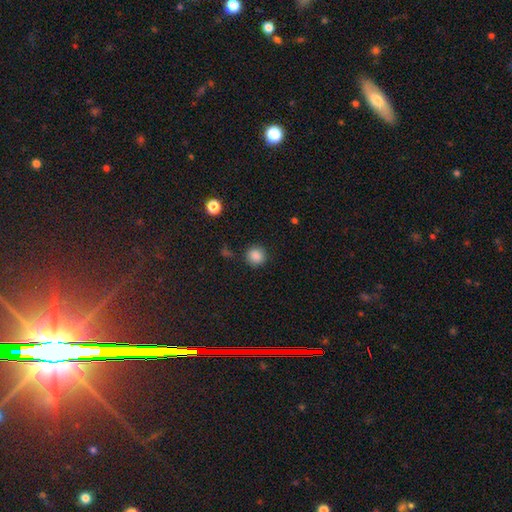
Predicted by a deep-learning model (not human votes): Q: Smooth or featured?
A: smooth (86%); runner-up: star or artifact (11%)
Q: How rounded?
A: round (90%); runner-up: in between (9%)
Q: Merging?
A: none (86%); runner-up: minor disturbance (9%)